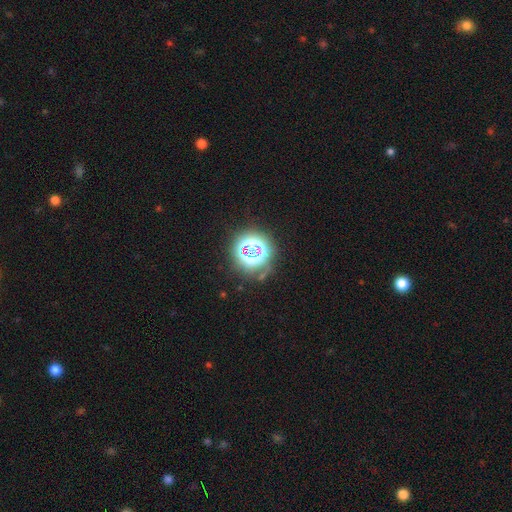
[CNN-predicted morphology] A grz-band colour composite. It shows a star or artifact, not a galaxy (68%).